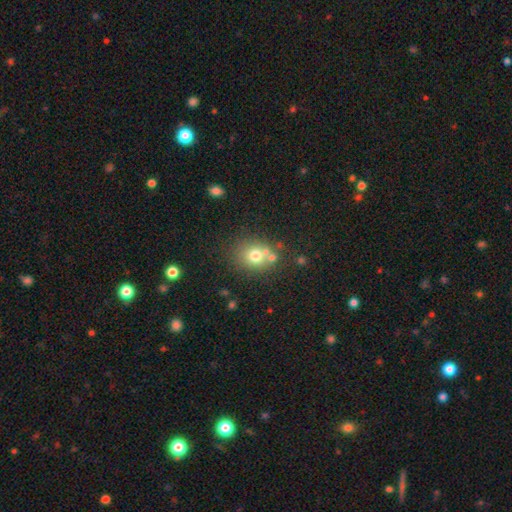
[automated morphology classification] Smooth or featured?
  - smooth: 70% *
  - featured or disk: 16%
  - star or artifact: 15%
How rounded?
  - round: 73% *
  - in between: 26%
  - cigar-shaped: 1%
Merging?
  - none: 61% *
  - merger: 22%
  - minor disturbance: 12%
  - major disturbance: 5%